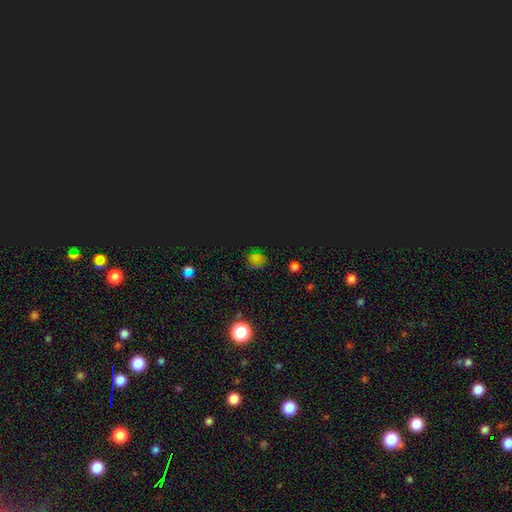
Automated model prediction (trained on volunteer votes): A star or artifact, not a galaxy (57%).

Vote fractions:
- Smooth or featured? star or artifact: 57% / smooth: 34% / featured or disk: 8%